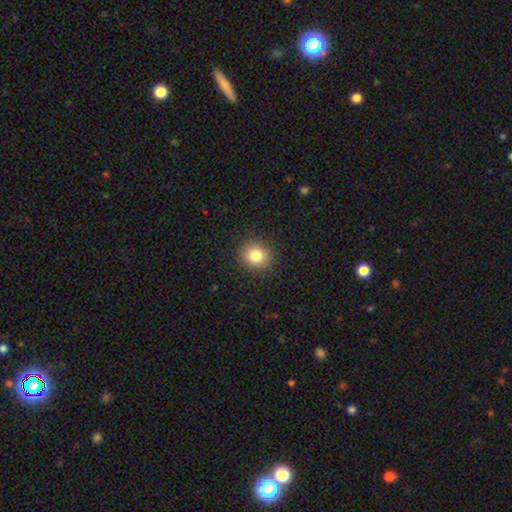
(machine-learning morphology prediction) Smooth or featured: smooth — 82% (star or artifact — 11%)
How rounded: round — 86% (in between — 13%)
Merging: none — 91% (minor disturbance — 6%)